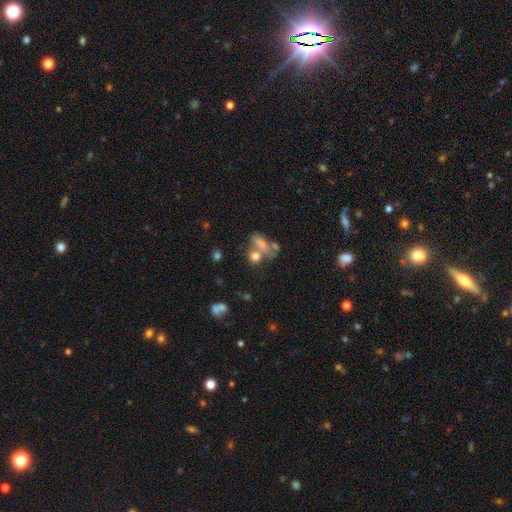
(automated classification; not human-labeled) smooth_or_featured: smooth (p=0.71) [alt: featured or disk p=0.16]
how_rounded: in between (p=0.49) [alt: round p=0.44]
merging: merger (p=0.43) [alt: none p=0.34]